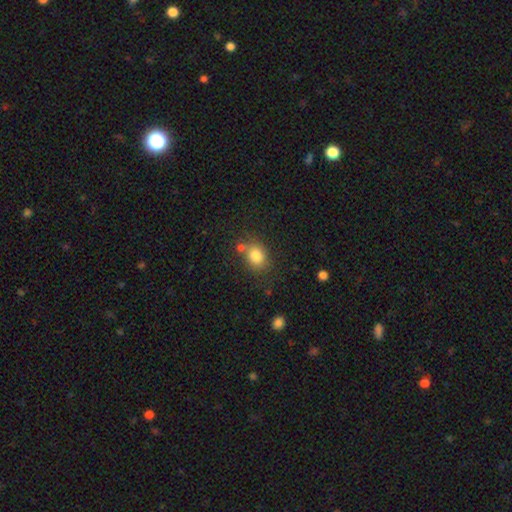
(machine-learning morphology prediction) Smooth or featured: smooth — 82% (star or artifact — 11%)
How rounded: round — 55% (in between — 44%)
Merging: none — 65% (merger — 16%)